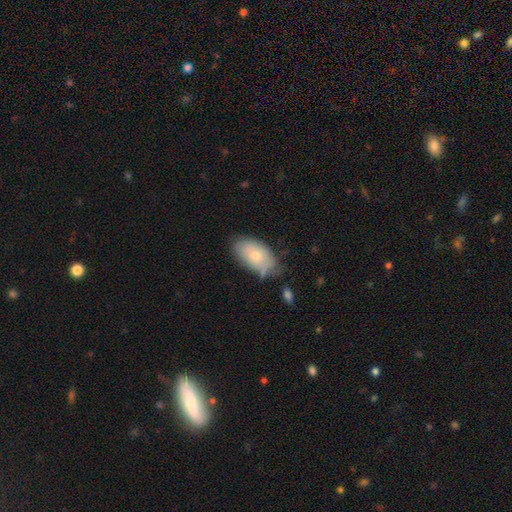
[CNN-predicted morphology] Overall: smooth (72%). How rounded: in between (94%). Merging: none (60%; minor disturbance 28%).